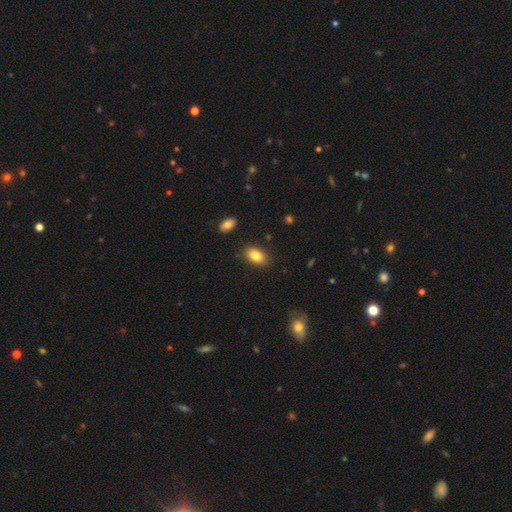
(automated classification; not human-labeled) Smooth or featured?
  - smooth: 84% *
  - star or artifact: 8%
  - featured or disk: 8%
How rounded?
  - in between: 89% *
  - round: 9%
  - cigar-shaped: 2%
Merging?
  - none: 85% *
  - minor disturbance: 10%
  - major disturbance: 2%
  - merger: 2%